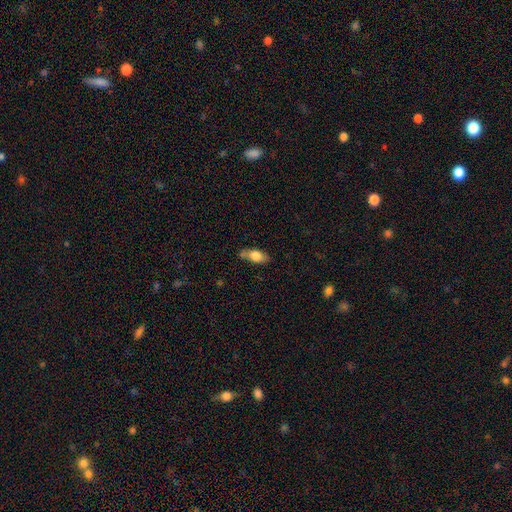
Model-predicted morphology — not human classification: A smooth galaxy with no disk features (71%) that is in between round and cigar-shaped (80%). Merging: none (64%).